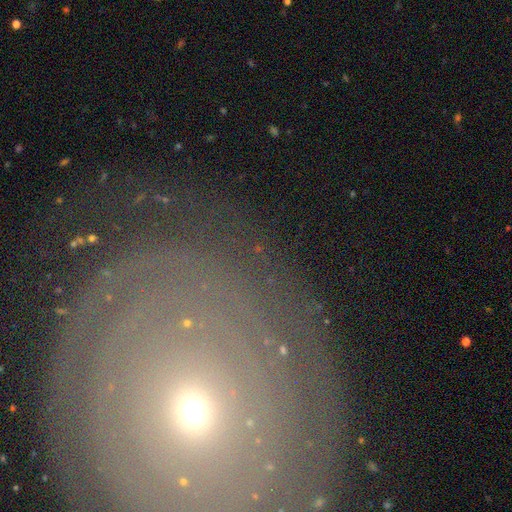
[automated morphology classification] This appears to be a featured or disk galaxy (65%) with no bar (80%), spiral arms (71%) and a small central bulge (68%). Merging: none (80%).